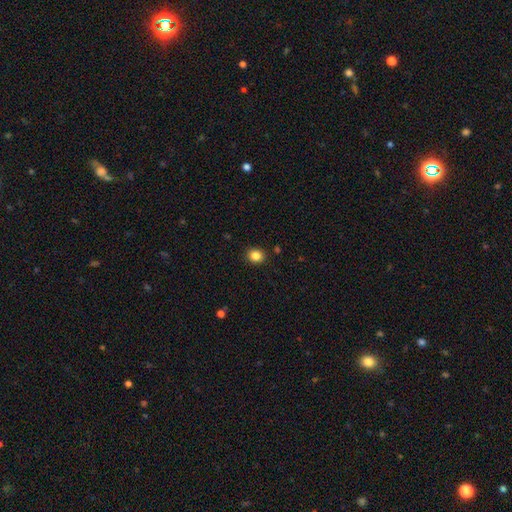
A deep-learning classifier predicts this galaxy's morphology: smooth-or-featured: smooth: 84% | star or artifact: 11% | featured or disk: 5%
  how-rounded: round: 79% | in between: 20% | cigar-shaped: 1%
  merging: none: 90% | minor disturbance: 6% | major disturbance: 2% | merger: 1%